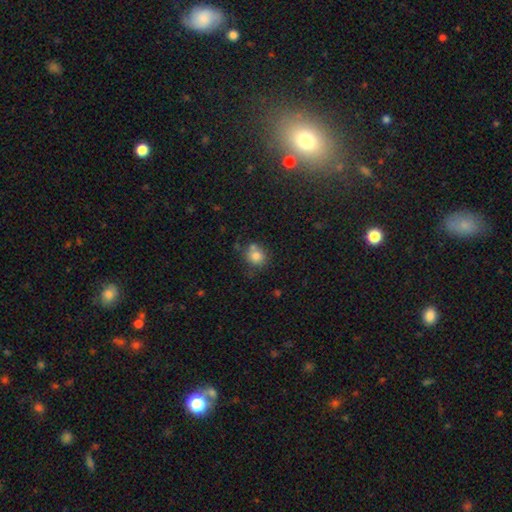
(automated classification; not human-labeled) Smooth or featured?
  - smooth: 79% *
  - star or artifact: 11%
  - featured or disk: 9%
How rounded?
  - round: 81% *
  - in between: 18%
  - cigar-shaped: 1%
Merging?
  - none: 60% *
  - merger: 21%
  - minor disturbance: 15%
  - major disturbance: 5%